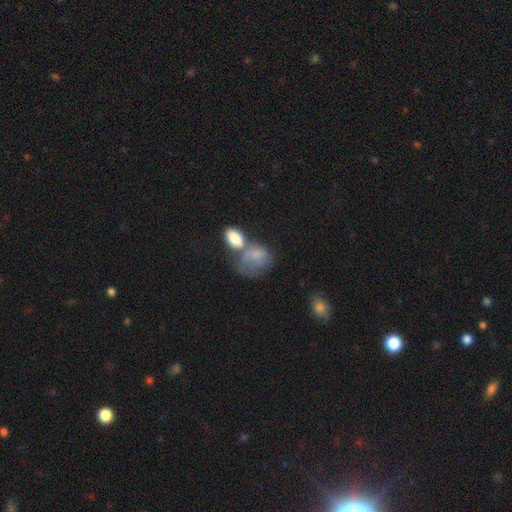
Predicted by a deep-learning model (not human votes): Q: Smooth or featured?
A: smooth (73%); runner-up: featured or disk (19%)
Q: How rounded?
A: in between (70%); runner-up: round (29%)
Q: Merging?
A: merger (49%); runner-up: none (19%)